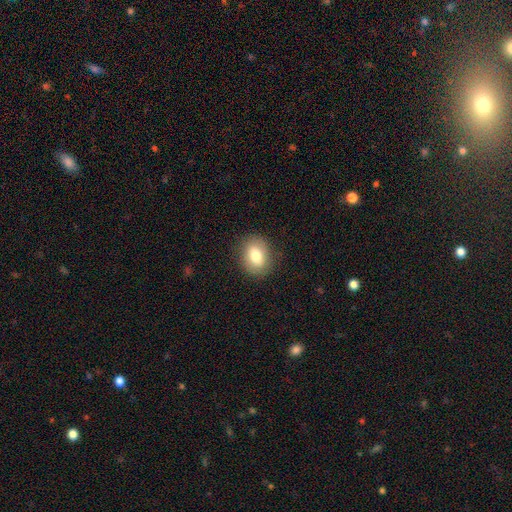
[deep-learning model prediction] Smooth or featured? Predicted: smooth (p=0.78). How rounded? Predicted: in between (p=0.61). Merging? Predicted: none (p=0.86).